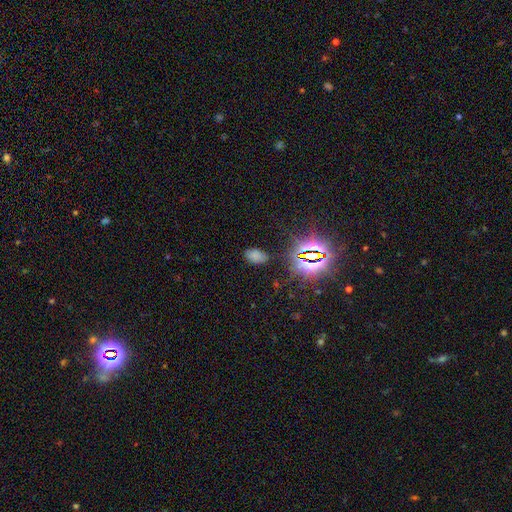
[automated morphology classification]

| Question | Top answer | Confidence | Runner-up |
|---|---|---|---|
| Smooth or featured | smooth | 63% | star or artifact (30%) |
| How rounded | in between | 91% | round (7%) |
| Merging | none | 78% | minor disturbance (15%) |